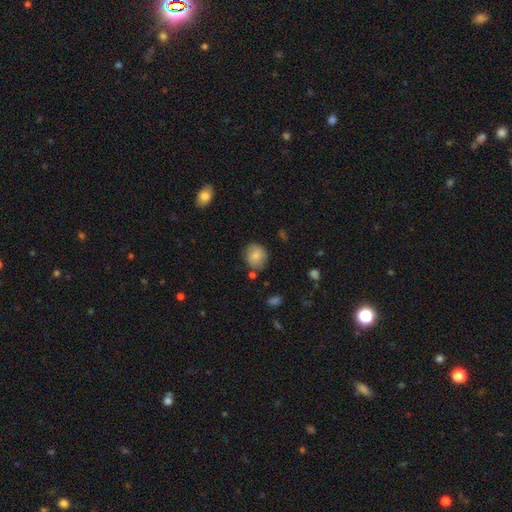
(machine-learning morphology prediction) smooth_or_featured: smooth (p=0.80) [alt: featured or disk p=0.11]
how_rounded: round (p=0.80) [alt: in between p=0.19]
merging: none (p=0.78) [alt: minor disturbance p=0.15]